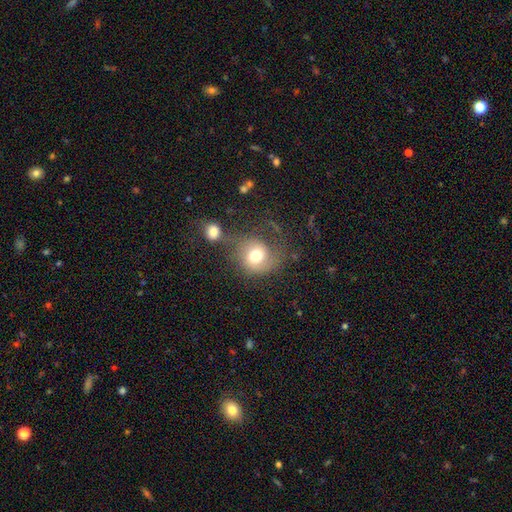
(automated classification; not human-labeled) This is likely a smooth galaxy (63%). How rounded: likely round (77%). Merging: marginally none (44%).